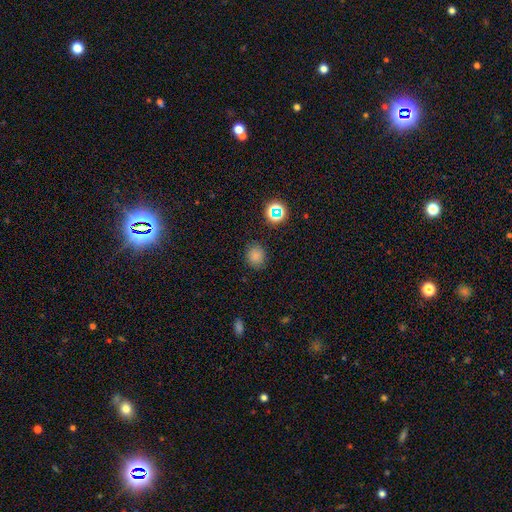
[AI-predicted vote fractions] Smooth or featured: smooth — 77% (star or artifact — 18%)
How rounded: round — 85% (in between — 14%)
Merging: none — 85% (minor disturbance — 11%)